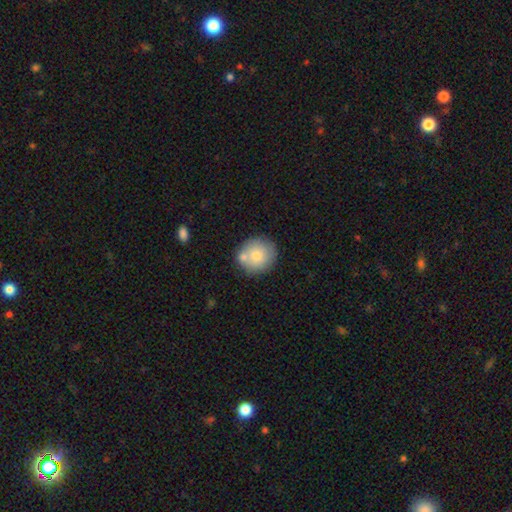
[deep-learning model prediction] The model was most divided on "merging": none: 67%, merger: 18%, minor disturbance: 12%, major disturbance: 3%. More confident: how rounded — round (89%); smooth or featured — smooth (76%).